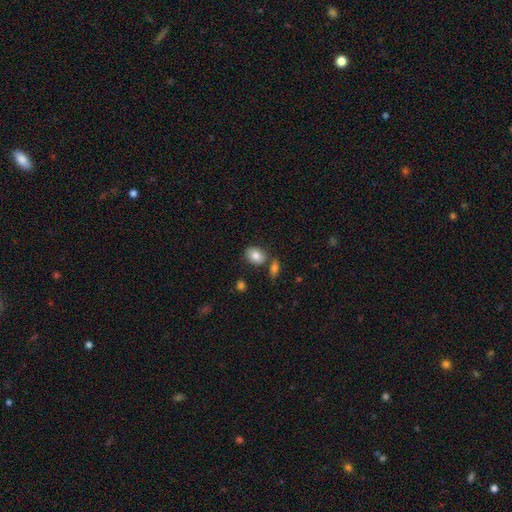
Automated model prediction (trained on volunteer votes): This appears to be a smooth galaxy with no disk features (81%) that is in between round and cigar-shaped (68%). Merging: none (71%).